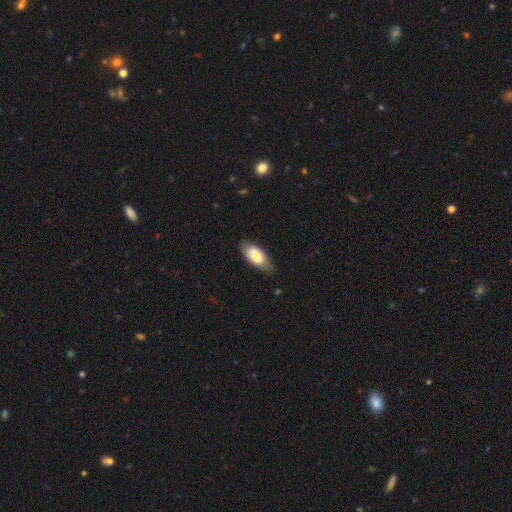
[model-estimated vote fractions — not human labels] Q: Smooth or featured?
A: smooth (79%); runner-up: featured or disk (15%)
Q: How rounded?
A: in between (86%); runner-up: cigar-shaped (12%)
Q: Merging?
A: none (74%); runner-up: minor disturbance (20%)